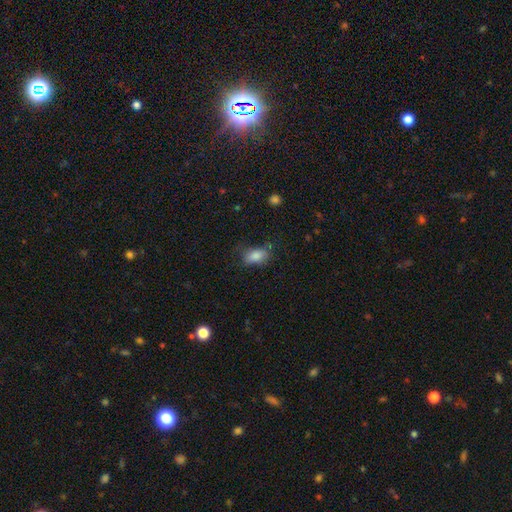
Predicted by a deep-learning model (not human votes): Smooth or featured? Predicted: smooth (p=0.83). How rounded? Predicted: in between (p=0.88). Merging? Predicted: none (p=0.59).